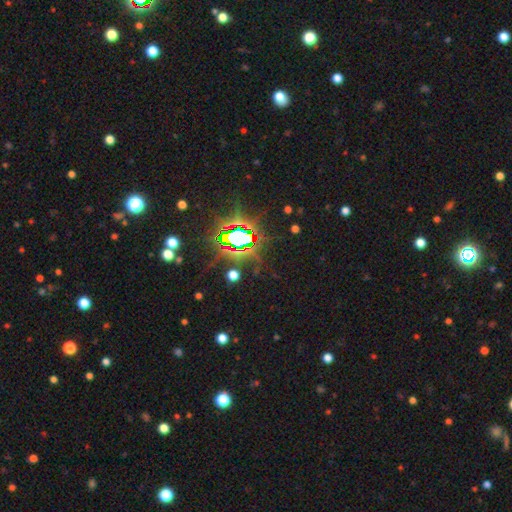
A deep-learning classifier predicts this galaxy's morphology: type=star or artifact (84%).